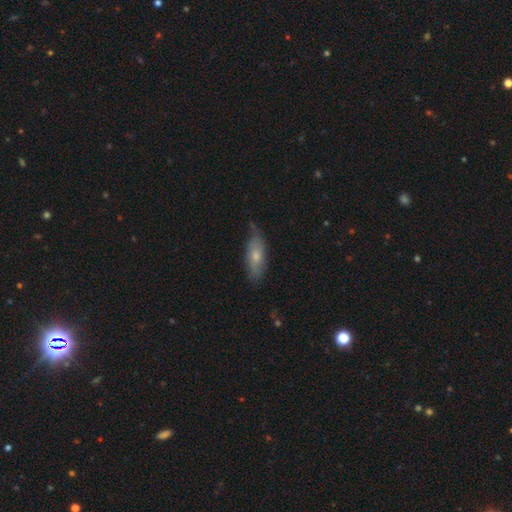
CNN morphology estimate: This is likely a smooth galaxy (62%). How rounded: likely in between (65%). Merging: likely none (62%).